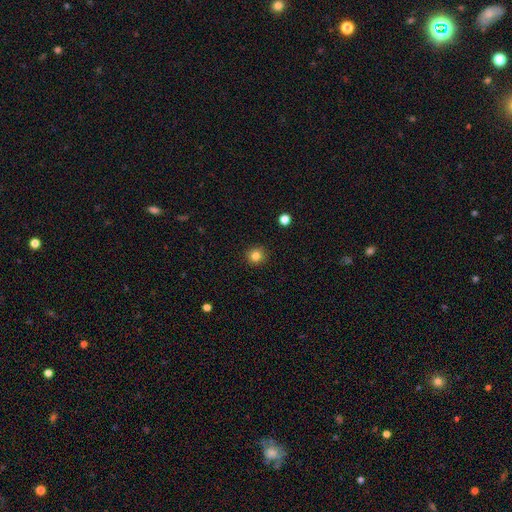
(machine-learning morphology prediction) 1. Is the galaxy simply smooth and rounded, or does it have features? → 83% smooth, 12% star or artifact, 5% featured or disk.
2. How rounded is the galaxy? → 93% round, 6% in between, 1% cigar-shaped.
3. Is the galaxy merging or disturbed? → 91% none, 6% minor disturbance, 2% major disturbance, 1% merger.